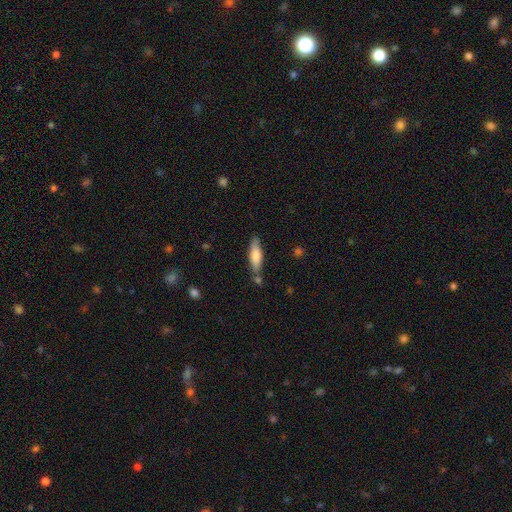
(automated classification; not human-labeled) This is likely a smooth galaxy (67%). How rounded: likely cigar-shaped (62%). Merging: likely none (73%).